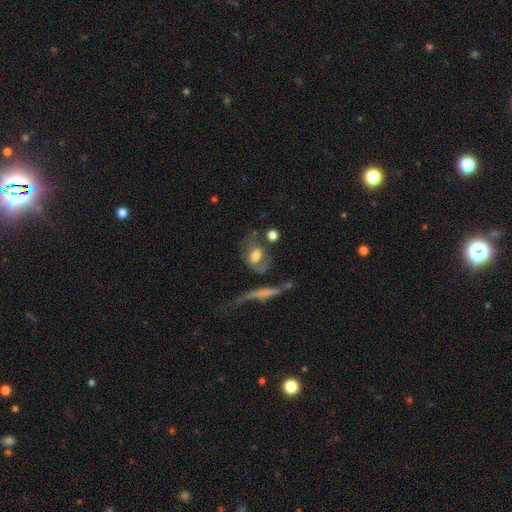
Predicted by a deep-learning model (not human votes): Smooth or featured? smooth (54%)
How rounded? in between (62%)
Merging? none (36%)